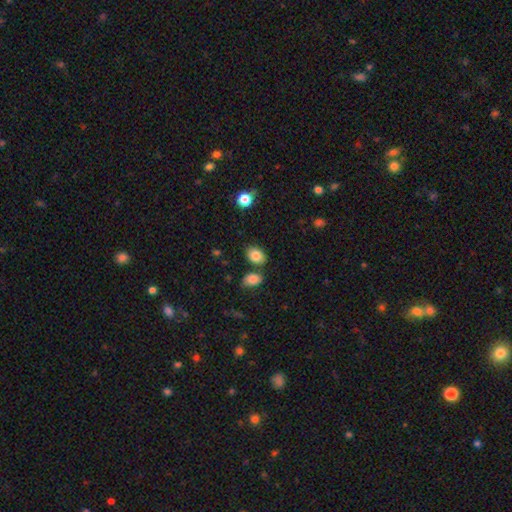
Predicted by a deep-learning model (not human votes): A smooth galaxy with no disk features (85%) that is in between round and cigar-shaped (77%).

Vote fractions:
- Smooth or featured? smooth: 85% / star or artifact: 8% / featured or disk: 7%
- How rounded? in between: 77% / round: 22% / cigar-shaped: 1%
- Merging? none: 72% / merger: 13% / minor disturbance: 12% / major disturbance: 3%